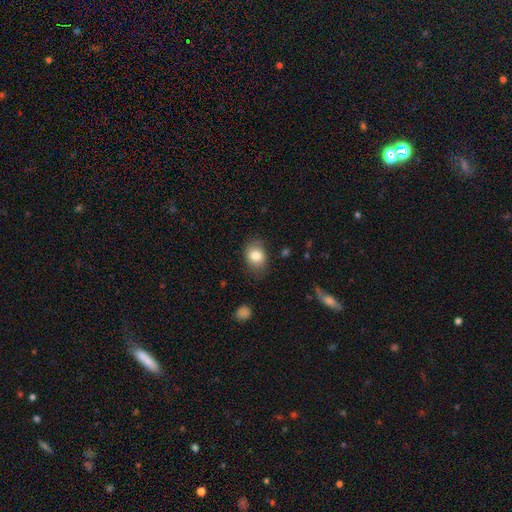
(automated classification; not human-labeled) Smooth or featured?
  - smooth: 82% *
  - featured or disk: 9%
  - star or artifact: 9%
How rounded?
  - in between: 59% *
  - round: 40%
  - cigar-shaped: 1%
Merging?
  - none: 76% *
  - minor disturbance: 18%
  - major disturbance: 5%
  - merger: 1%